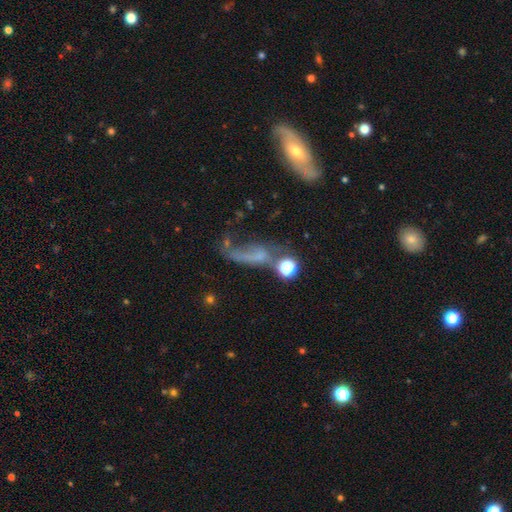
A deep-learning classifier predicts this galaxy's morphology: smooth-or-featured: featured or disk: 44% | smooth: 37% | star or artifact: 19%
  merging: major disturbance: 36% | none: 28% | merger: 19% | minor disturbance: 17%